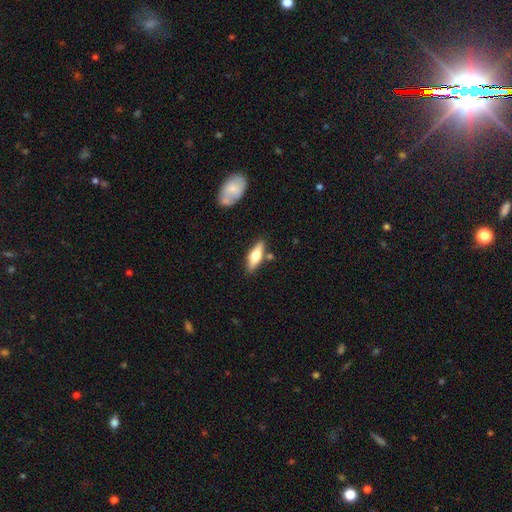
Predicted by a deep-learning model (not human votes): smooth 50%, featured or disk 44%, star or artifact 6%. Down the decision tree: how rounded — in between (52%); merging — none (79%).